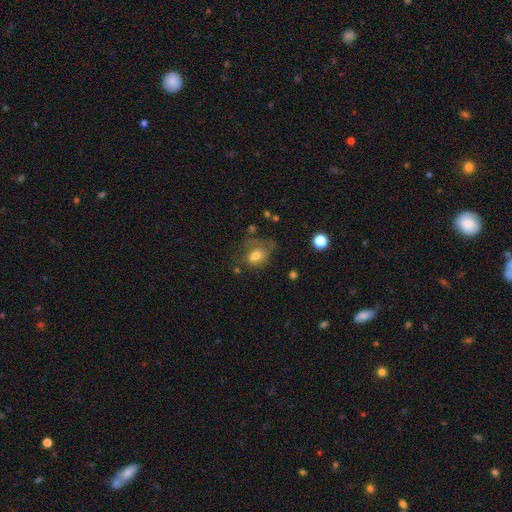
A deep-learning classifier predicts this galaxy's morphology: Smooth or featured?
  - smooth: 65% *
  - featured or disk: 24%
  - star or artifact: 11%
How rounded?
  - in between: 69% *
  - round: 30%
  - cigar-shaped: 2%
Merging?
  - none: 36% *
  - major disturbance: 32%
  - minor disturbance: 25%
  - merger: 7%